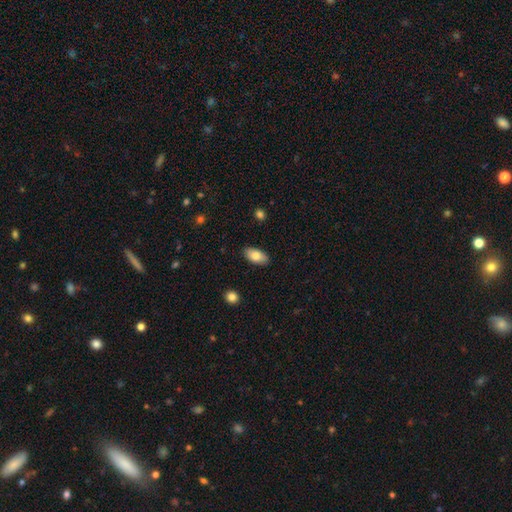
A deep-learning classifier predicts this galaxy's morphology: A smooth galaxy with no disk features (80%) that is in between round and cigar-shaped (93%).

Vote fractions:
- Smooth or featured? smooth: 80% / featured or disk: 14% / star or artifact: 7%
- How rounded? in between: 93% / cigar-shaped: 4% / round: 3%
- Merging? none: 87% / minor disturbance: 10% / major disturbance: 2% / merger: 1%